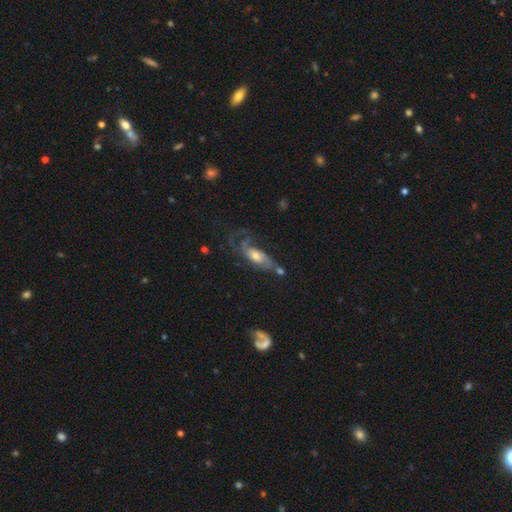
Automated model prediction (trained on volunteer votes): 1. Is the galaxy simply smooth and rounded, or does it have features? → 74% featured or disk, 19% smooth, 7% star or artifact.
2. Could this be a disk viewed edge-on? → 87% no, 13% yes.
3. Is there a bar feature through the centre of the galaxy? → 66% no, 27% weak, 7% strong.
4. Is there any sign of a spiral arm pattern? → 88% yes, 12% no.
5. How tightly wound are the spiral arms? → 41% medium, 32% tight, 27% loose.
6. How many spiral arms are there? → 36% 2, 32% can't tell, 14% 3, 10% 1, 5% 4, 3% more than 4.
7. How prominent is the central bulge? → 62% moderate, 19% small, 15% large, 2% none, 2% dominant.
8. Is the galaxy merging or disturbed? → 40% none, 30% major disturbance, 24% minor disturbance, 7% merger.